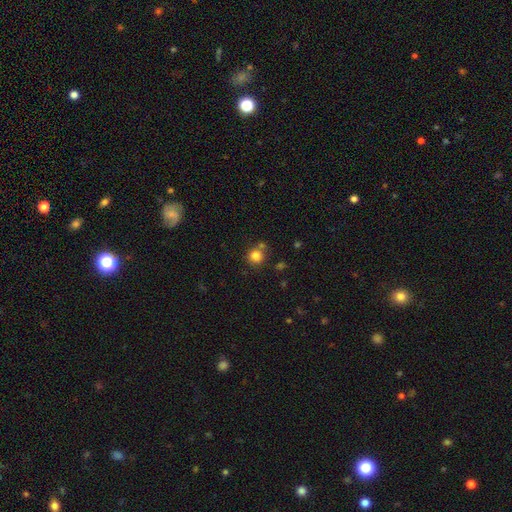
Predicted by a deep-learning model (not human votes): This appears to be a smooth galaxy with no disk features (83%) that is round (88%). Merging: none (69%).